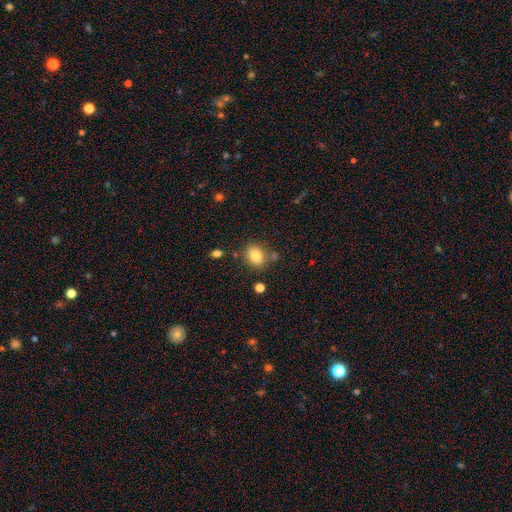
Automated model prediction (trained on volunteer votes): This appears to be a smooth galaxy with no disk features (83%) that is in between round and cigar-shaped (60%). Merging: none (76%).